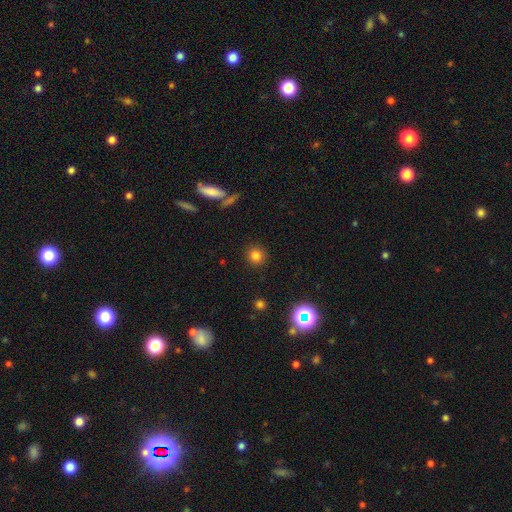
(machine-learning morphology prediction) Smooth or featured: smooth — 80% (star or artifact — 14%)
How rounded: round — 92% (in between — 7%)
Merging: none — 90% (minor disturbance — 6%)